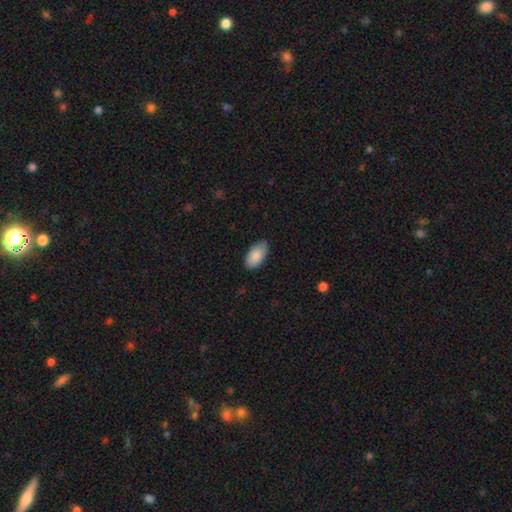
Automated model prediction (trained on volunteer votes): smooth-or-featured: smooth: 86% | featured or disk: 8% | star or artifact: 6%
  how-rounded: in between: 95% | round: 3% | cigar-shaped: 2%
  merging: none: 79% | minor disturbance: 18% | major disturbance: 3% | merger: 1%